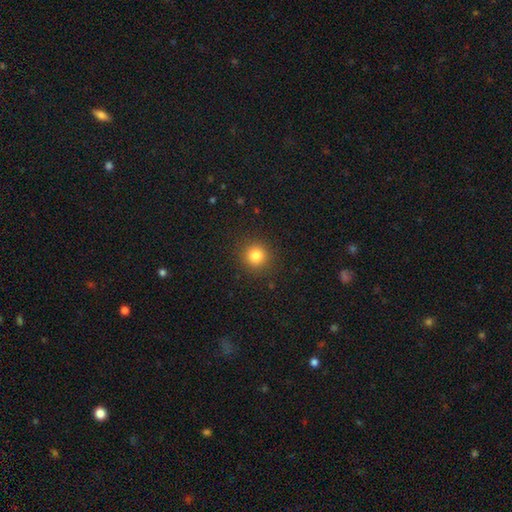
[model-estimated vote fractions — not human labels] Smooth or featured?
  - smooth: 82% *
  - star or artifact: 12%
  - featured or disk: 5%
How rounded?
  - round: 93% *
  - in between: 6%
  - cigar-shaped: 1%
Merging?
  - none: 91% *
  - minor disturbance: 6%
  - major disturbance: 2%
  - merger: 1%